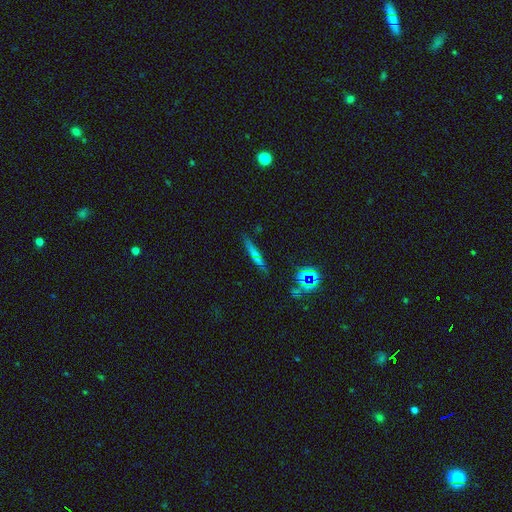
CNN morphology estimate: smooth 59%, featured or disk 26%, star or artifact 15%. Down the decision tree: how rounded — cigar-shaped (90%); merging — none (81%).